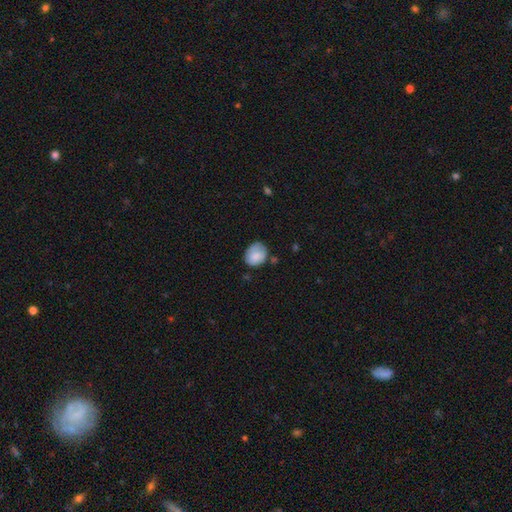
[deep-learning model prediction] A smooth galaxy with no disk features (80%) that is round (53%). Merging: none (61%).